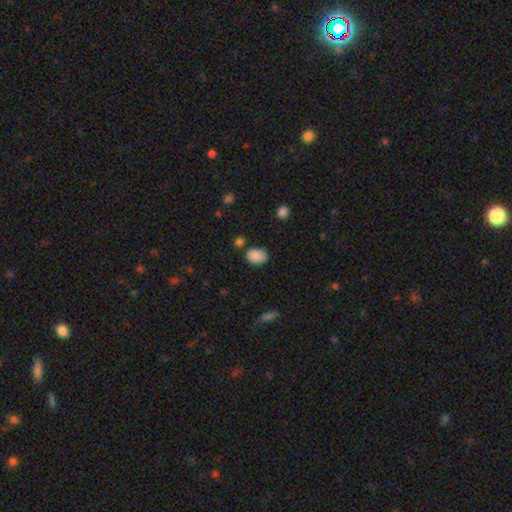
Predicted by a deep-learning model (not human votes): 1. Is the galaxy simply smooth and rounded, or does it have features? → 87% smooth, 8% star or artifact, 4% featured or disk.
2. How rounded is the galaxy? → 78% in between, 21% round, 1% cigar-shaped.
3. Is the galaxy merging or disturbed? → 72% none, 17% minor disturbance, 7% merger, 4% major disturbance.